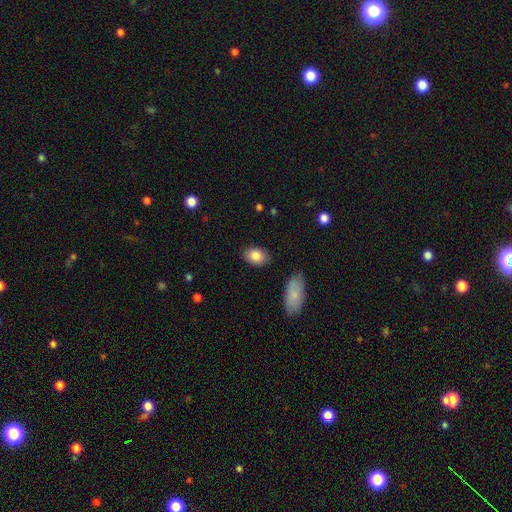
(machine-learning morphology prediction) smooth_or_featured: smooth (p=0.85) [alt: featured or disk p=0.08]
how_rounded: in between (p=0.80) [alt: round p=0.19]
merging: none (p=0.86) [alt: minor disturbance p=0.10]